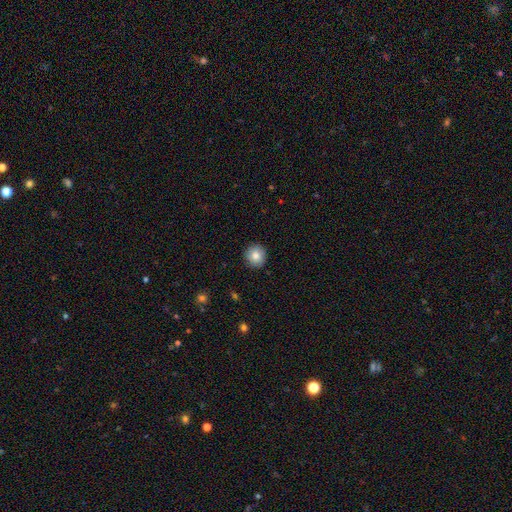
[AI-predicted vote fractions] The model was most divided on "smooth or featured": smooth: 83%, featured or disk: 9%, star or artifact: 9%. More confident: how rounded — round (92%); merging — none (90%).